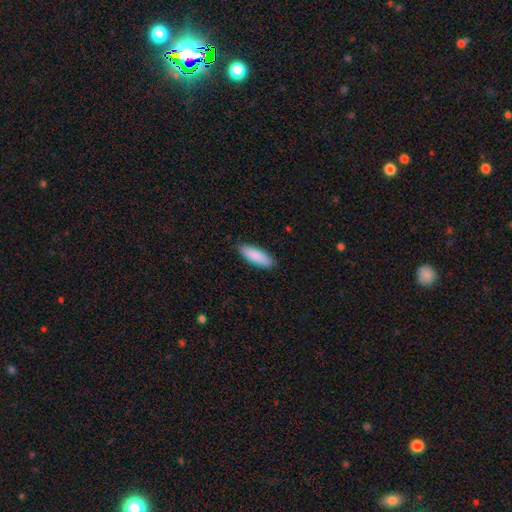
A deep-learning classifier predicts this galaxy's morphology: This appears to be a smooth galaxy with no disk features (89%) that is in between round and cigar-shaped (59%). Merging: none (88%).